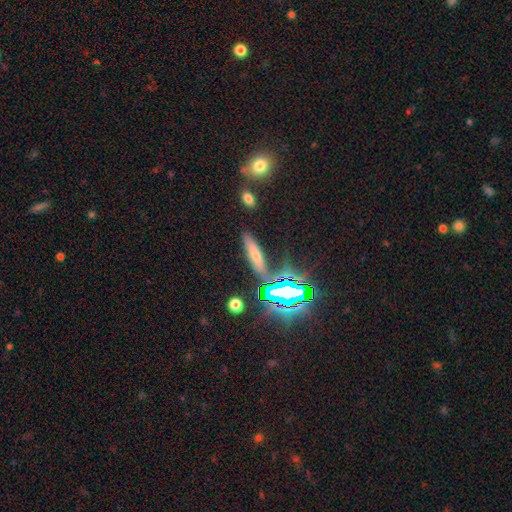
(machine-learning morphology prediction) A smooth galaxy with no disk features (51%) that is cigar-shaped (73%). Merging: none (80%).